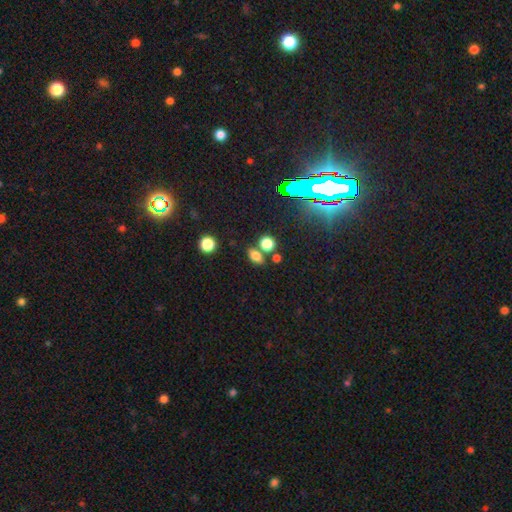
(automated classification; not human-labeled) Q: Smooth or featured?
A: smooth (74%); runner-up: star or artifact (16%)
Q: How rounded?
A: in between (74%); runner-up: round (21%)
Q: Merging?
A: none (64%); runner-up: merger (21%)